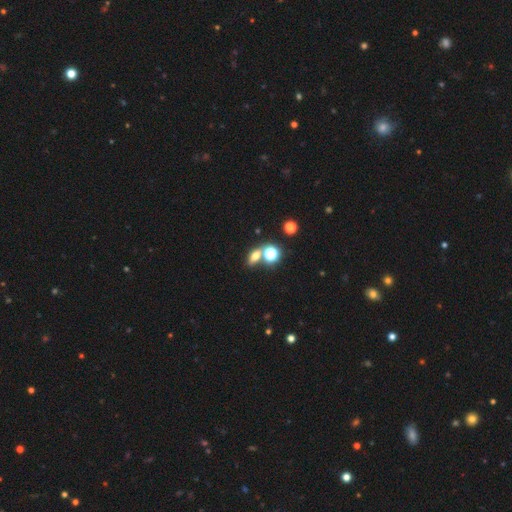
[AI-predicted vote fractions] This is likely a smooth galaxy (61%). How rounded: likely in between (63%). Merging: possibly none (56%).